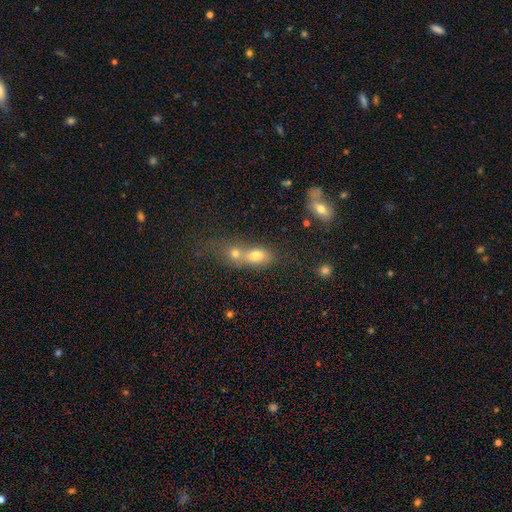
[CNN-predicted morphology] This appears to be a smooth galaxy with no disk features (71%) that is in between round and cigar-shaped (59%). Merging: merger (65%).